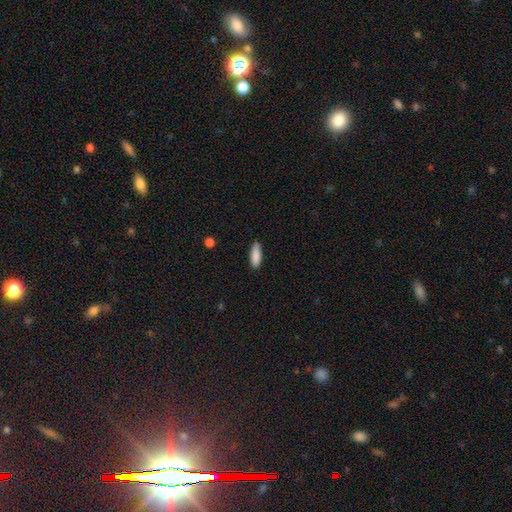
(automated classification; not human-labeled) smooth-or-featured: smooth: 88% | star or artifact: 6% | featured or disk: 6%
  how-rounded: in between: 57% | cigar-shaped: 41% | round: 2%
  merging: none: 83% | minor disturbance: 14% | major disturbance: 2% | merger: 1%